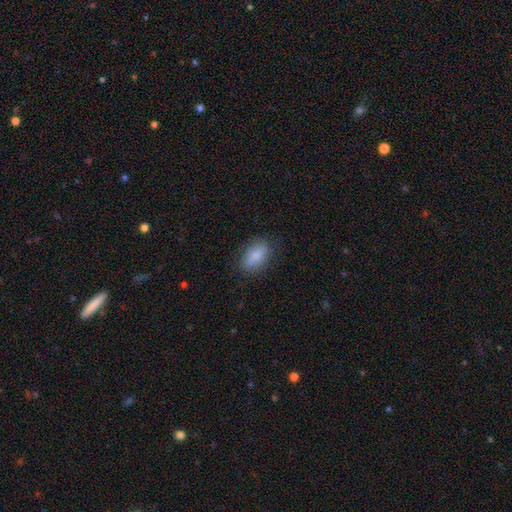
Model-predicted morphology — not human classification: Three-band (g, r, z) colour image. It shows a smooth galaxy with no disk features (82%) that is in between round and cigar-shaped (89%). Merging: none (79%).